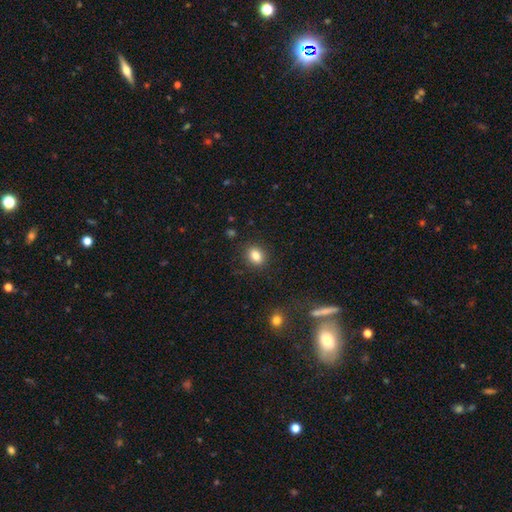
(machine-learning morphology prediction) The model was most divided on "how rounded": in between: 59%, round: 39%, cigar-shaped: 1%. More confident: merging — none (87%); smooth or featured — smooth (84%).